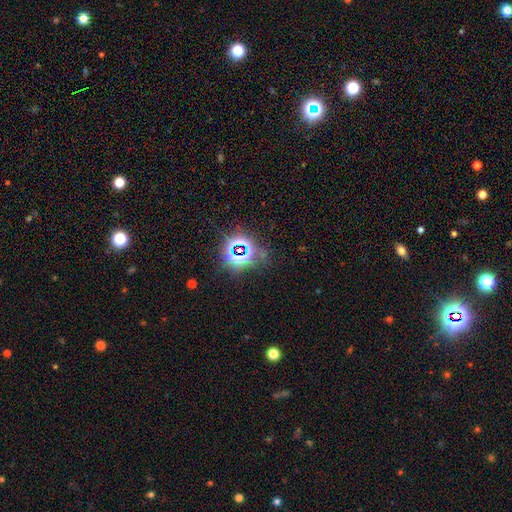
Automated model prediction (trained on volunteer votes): Smooth or featured? star or artifact (78%)